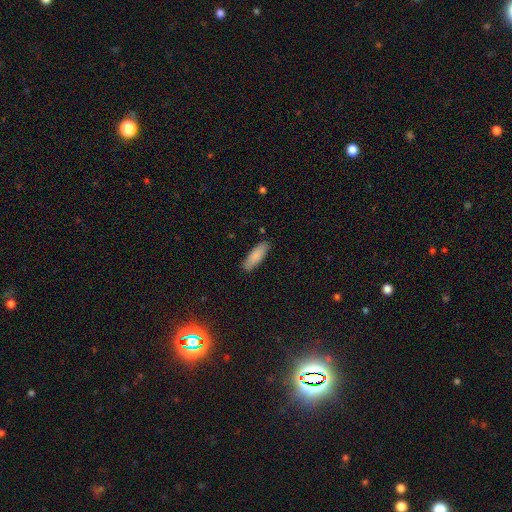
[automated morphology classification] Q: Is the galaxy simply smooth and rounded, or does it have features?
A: smooth — 87%.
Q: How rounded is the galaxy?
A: in between — 56%.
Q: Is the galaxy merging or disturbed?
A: none — 85%.